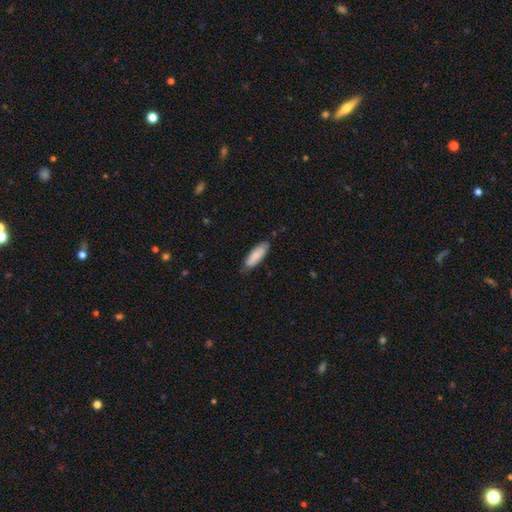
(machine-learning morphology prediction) smooth 85%, featured or disk 9%, star or artifact 5%. Down the decision tree: how rounded — in between (52%); merging — none (79%).